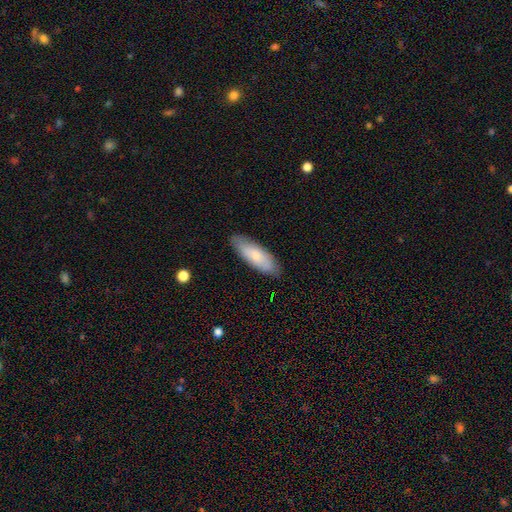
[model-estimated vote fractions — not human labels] Smooth or featured?
  - smooth: 73% *
  - featured or disk: 21%
  - star or artifact: 6%
How rounded?
  - in between: 60% *
  - cigar-shaped: 38%
  - round: 2%
Merging?
  - none: 85% *
  - minor disturbance: 12%
  - major disturbance: 2%
  - merger: 1%